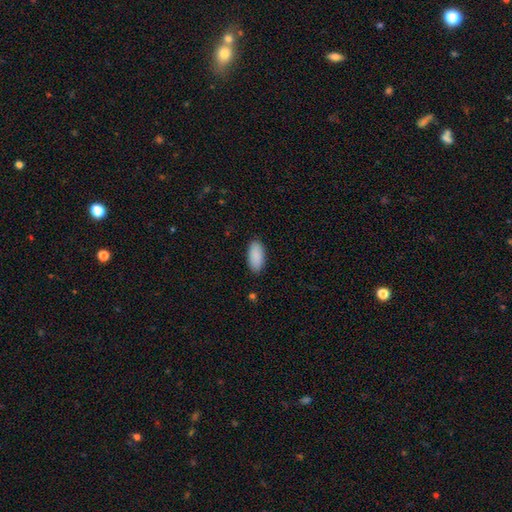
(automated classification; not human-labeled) Smooth or featured: smooth — 91% (star or artifact — 6%)
How rounded: in between — 93% (cigar-shaped — 6%)
Merging: none — 88% (minor disturbance — 9%)